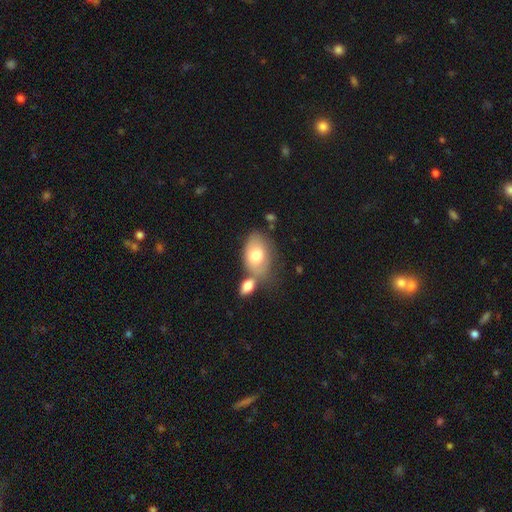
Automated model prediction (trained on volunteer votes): A smooth galaxy with no disk features (72%) that is in between round and cigar-shaped (87%).

Vote fractions:
- Smooth or featured? smooth: 72% / featured or disk: 21% / star or artifact: 6%
- How rounded? in between: 87% / round: 12% / cigar-shaped: 1%
- Merging? none: 41% / merger: 33% / minor disturbance: 18% / major disturbance: 8%